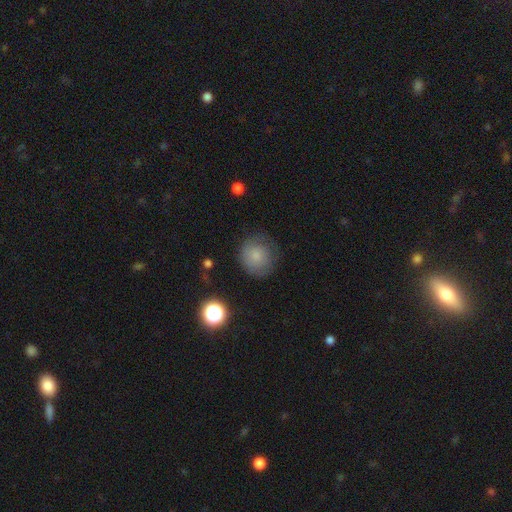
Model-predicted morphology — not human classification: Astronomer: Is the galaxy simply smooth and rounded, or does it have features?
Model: smooth — 74%.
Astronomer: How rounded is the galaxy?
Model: round — 89%.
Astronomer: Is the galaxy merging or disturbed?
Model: none — 71%.